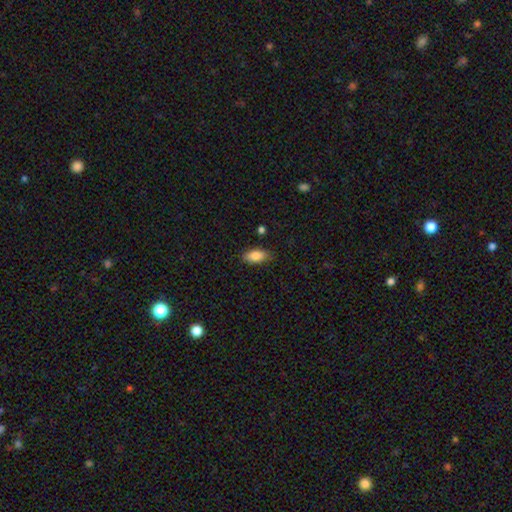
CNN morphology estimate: smooth_or_featured: smooth (p=0.85) [alt: featured or disk p=0.08]
how_rounded: in between (p=0.90) [alt: cigar-shaped p=0.07]
merging: none (p=0.85) [alt: minor disturbance p=0.11]